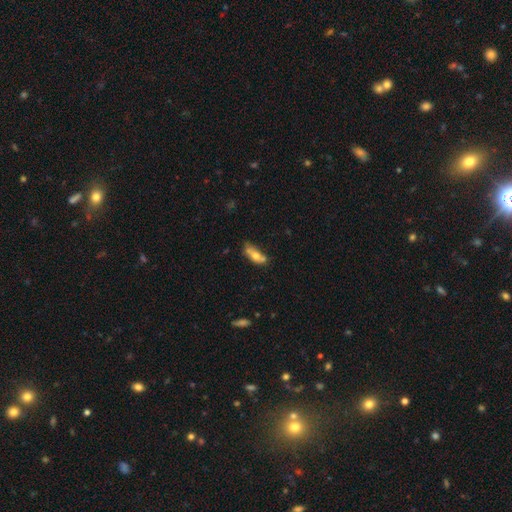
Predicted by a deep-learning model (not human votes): Q: Smooth or featured?
A: smooth (61%); runner-up: featured or disk (31%)
Q: How rounded?
A: in between (73%); runner-up: cigar-shaped (23%)
Q: Merging?
A: none (42%); runner-up: minor disturbance (26%)